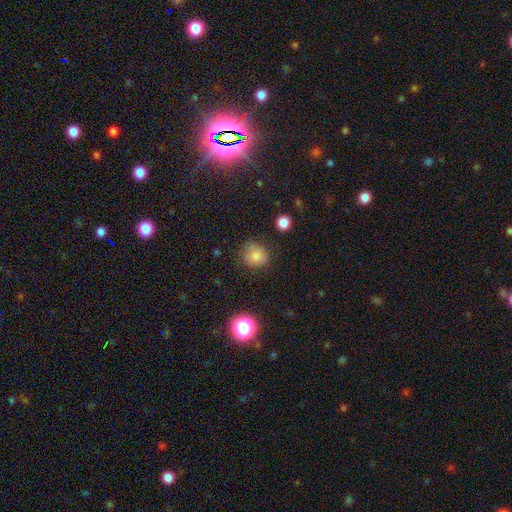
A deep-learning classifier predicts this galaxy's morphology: type=smooth (81%); roundness=round (84%); merging=none (75%).